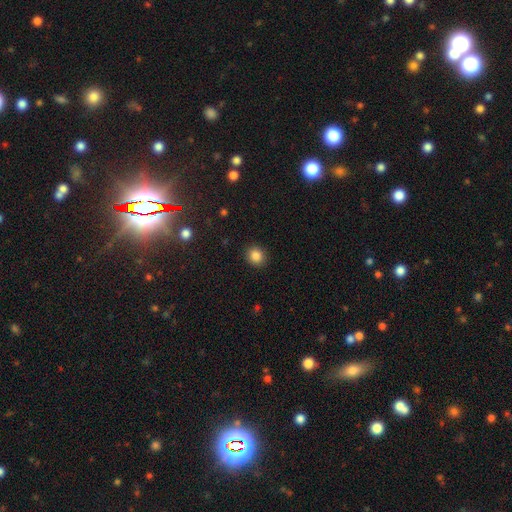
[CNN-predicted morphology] A smooth galaxy with no disk features (86%) that is round (83%). Merging: none (90%).